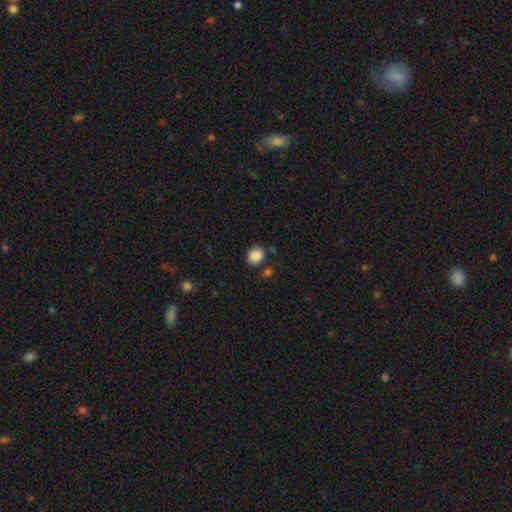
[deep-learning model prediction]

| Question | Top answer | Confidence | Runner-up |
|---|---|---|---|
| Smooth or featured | smooth | 88% | star or artifact (9%) |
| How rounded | round | 63% | in between (37%) |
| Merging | none | 79% | minor disturbance (12%) |